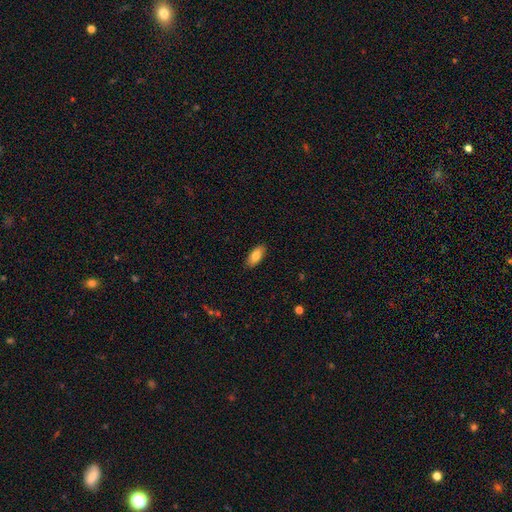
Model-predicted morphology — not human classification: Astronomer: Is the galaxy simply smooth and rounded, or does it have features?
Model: smooth — 81%.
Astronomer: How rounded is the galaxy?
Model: in between — 89%.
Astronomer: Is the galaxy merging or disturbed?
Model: none — 88%.